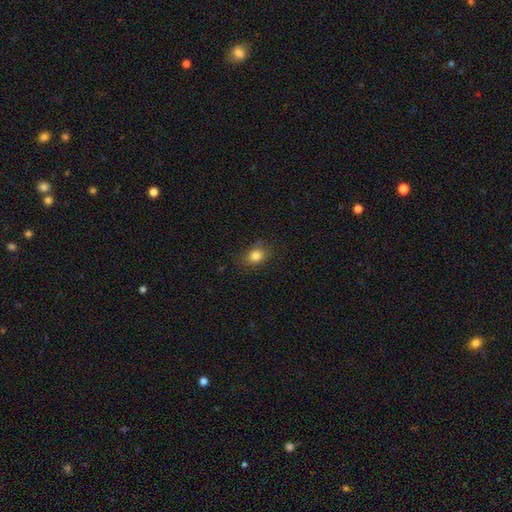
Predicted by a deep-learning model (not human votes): Morphology: type=smooth (82%); roundness=in between (57%); merging=none (78%).